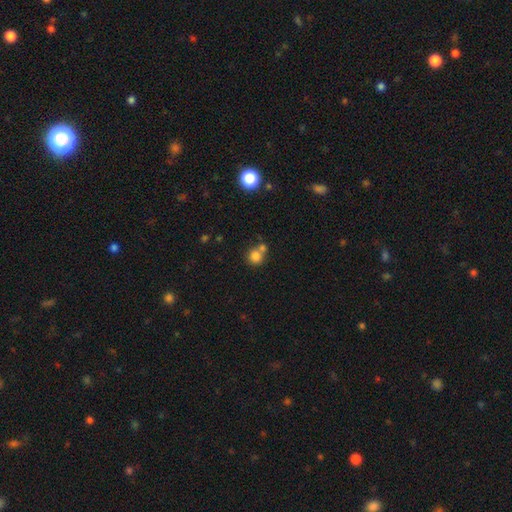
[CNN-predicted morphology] Smooth or featured? Predicted: smooth (p=0.80). How rounded? Predicted: round (p=0.87). Merging? Predicted: none (p=0.51).